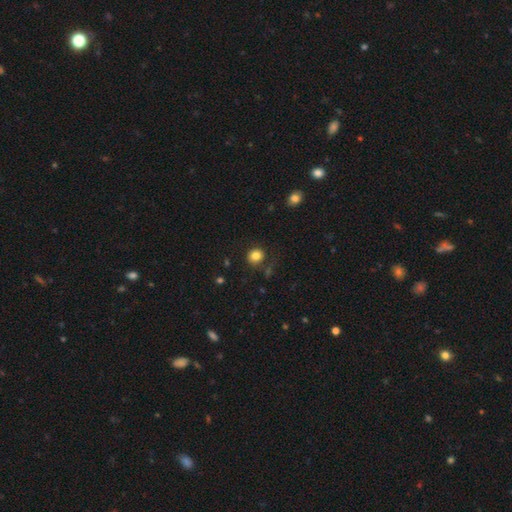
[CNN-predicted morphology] smooth_or_featured: smooth (p=0.82) [alt: star or artifact p=0.12]
how_rounded: round (p=0.84) [alt: in between p=0.15]
merging: none (p=0.82) [alt: minor disturbance p=0.11]